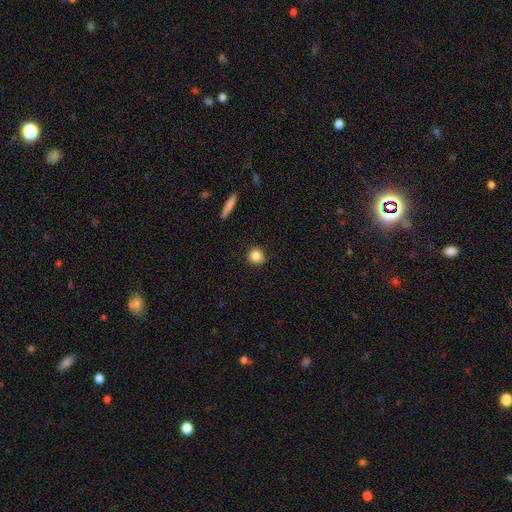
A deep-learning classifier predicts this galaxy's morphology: This appears to be a smooth galaxy with no disk features (84%) that is round (84%). Merging: none (89%).